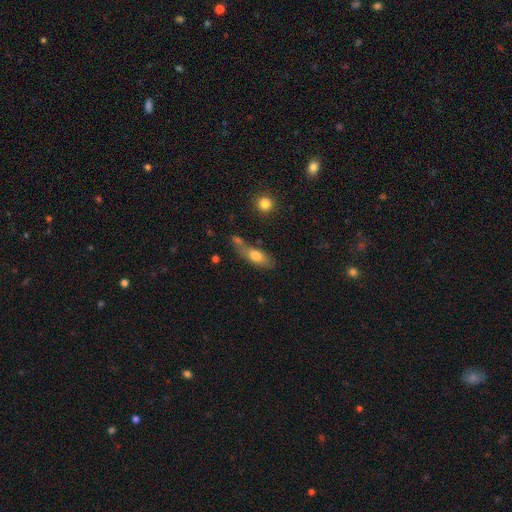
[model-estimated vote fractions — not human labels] Smooth or featured?
  - smooth: 70% *
  - featured or disk: 22%
  - star or artifact: 7%
How rounded?
  - in between: 68% *
  - cigar-shaped: 28%
  - round: 4%
Merging?
  - none: 51% *
  - minor disturbance: 22%
  - merger: 19%
  - major disturbance: 8%